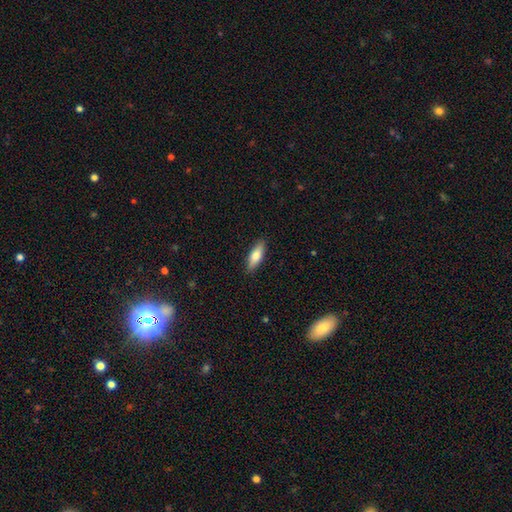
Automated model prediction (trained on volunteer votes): smooth 75%, featured or disk 19%, star or artifact 6%. Down the decision tree: how rounded — in between (57%); merging — none (88%).